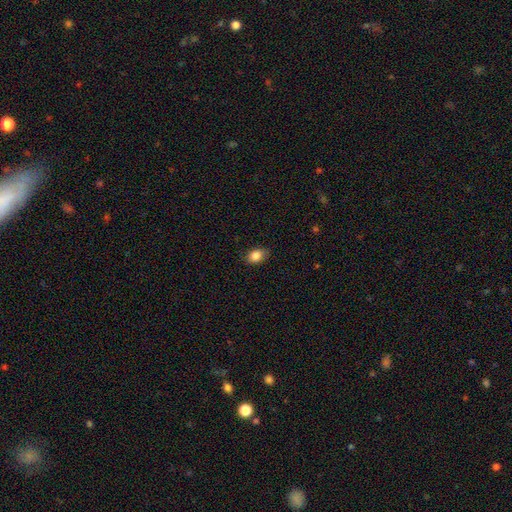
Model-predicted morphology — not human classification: type=smooth (86%); roundness=in between (78%); merging=none (84%).